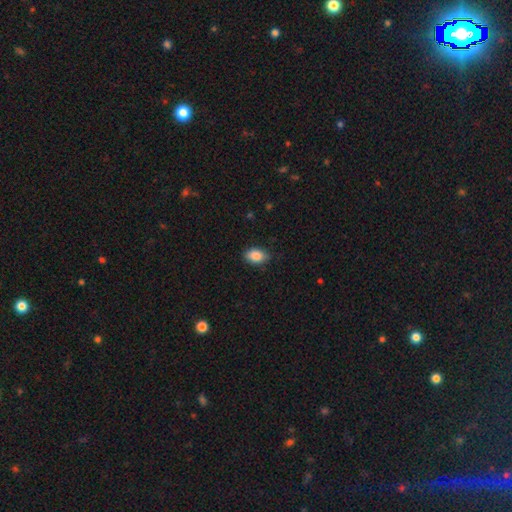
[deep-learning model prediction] Q: Smooth or featured?
A: smooth (87%); runner-up: star or artifact (8%)
Q: How rounded?
A: in between (85%); runner-up: round (14%)
Q: Merging?
A: none (82%); runner-up: minor disturbance (15%)